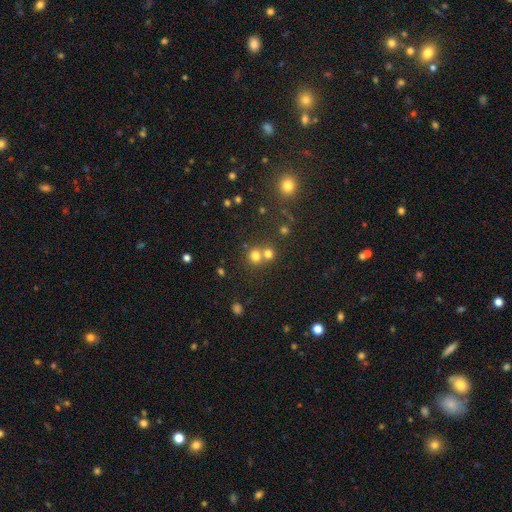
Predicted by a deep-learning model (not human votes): Overall: smooth (72%). How rounded: round (85%). Merging: none (50%; merger 41%).